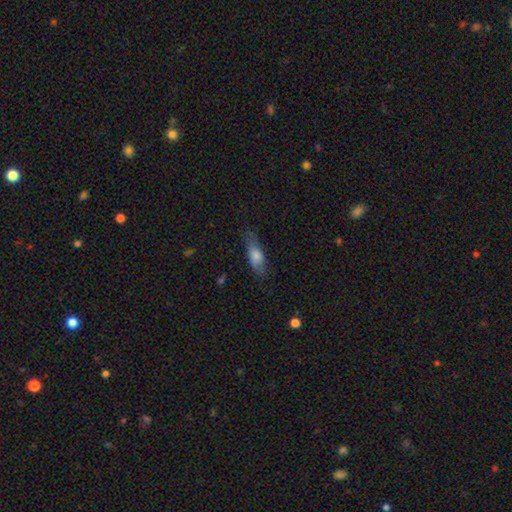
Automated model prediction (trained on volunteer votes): Overall: smooth (69%). How rounded: in between (52%; cigar-shaped 45%). Merging: none (75%).